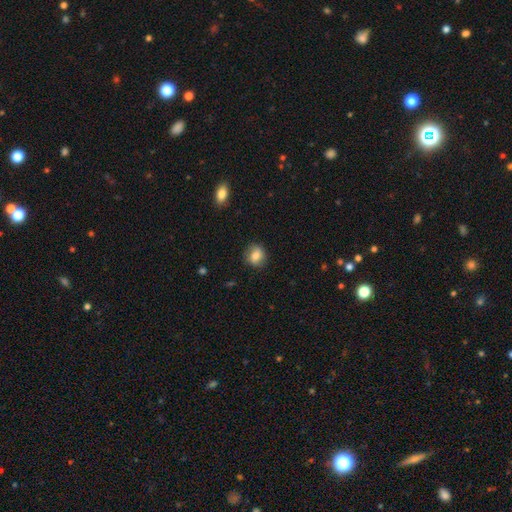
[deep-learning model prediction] Overall: smooth (79%). How rounded: round (70%). Merging: none (83%).